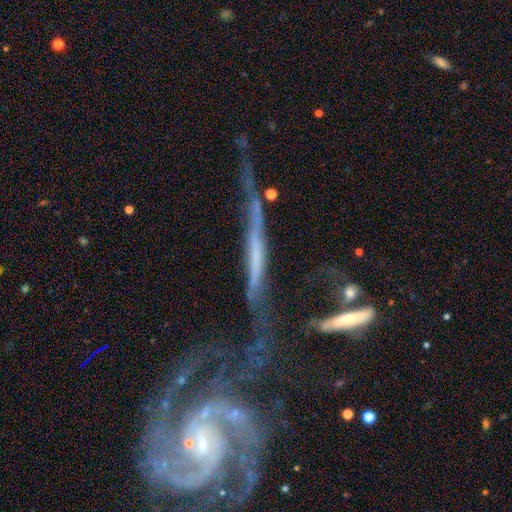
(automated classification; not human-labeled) A featured or disk galaxy (73%) viewed edge-on (74%) with no central bulge (66%).

Vote fractions:
- Smooth or featured? featured or disk: 73% / smooth: 17% / star or artifact: 11%
- Edge-on disk? yes: 74% / no: 26%
- Edge-on bulge? none: 66% / rounded: 20% / boxy: 14%
- Merging? none: 43% / minor disturbance: 21% / major disturbance: 19% / merger: 17%